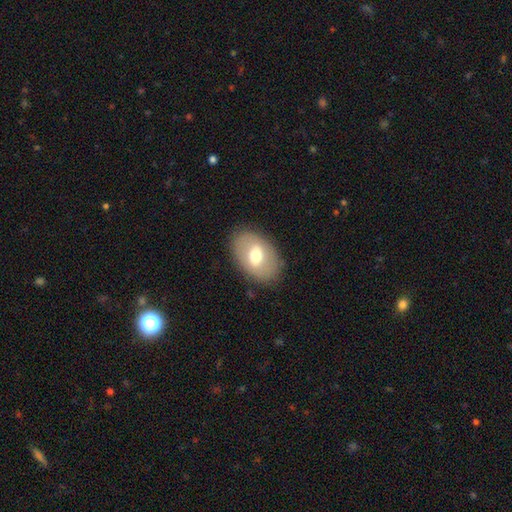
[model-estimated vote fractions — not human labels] The model was most divided on "smooth or featured": smooth: 57%, featured or disk: 36%, star or artifact: 7%. More confident: how rounded — in between (85%); merging — none (83%).